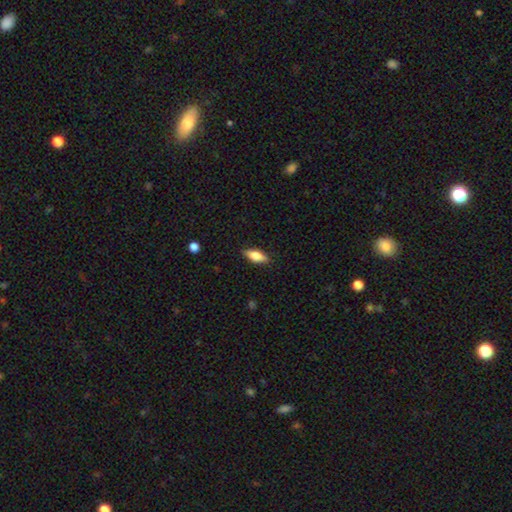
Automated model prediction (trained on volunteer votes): This is likely a smooth galaxy (70%). How rounded: likely in between (72%). Merging: clearly none (86%).